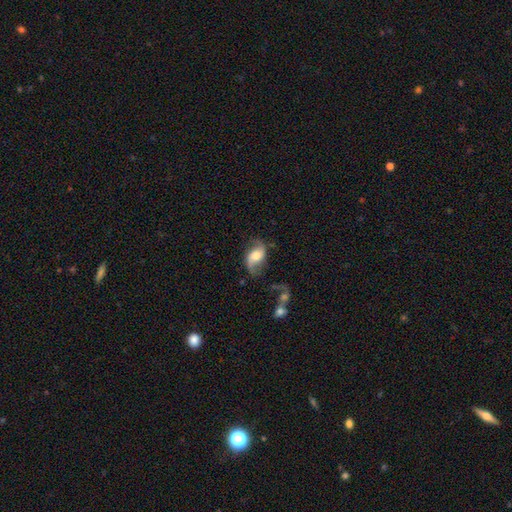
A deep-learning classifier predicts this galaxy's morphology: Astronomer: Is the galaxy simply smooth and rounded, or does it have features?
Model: featured or disk — 70%.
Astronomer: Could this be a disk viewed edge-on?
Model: no — 96%.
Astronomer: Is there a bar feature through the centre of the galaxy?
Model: no — 50% (runner-up: weak, 37%).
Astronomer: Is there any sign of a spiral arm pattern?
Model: yes — 91%.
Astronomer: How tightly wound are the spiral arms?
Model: loose — 70%.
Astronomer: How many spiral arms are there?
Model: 2 — 90%.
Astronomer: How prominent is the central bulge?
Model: moderate — 46% (runner-up: large, 30%).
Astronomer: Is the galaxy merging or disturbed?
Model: none — 64%.